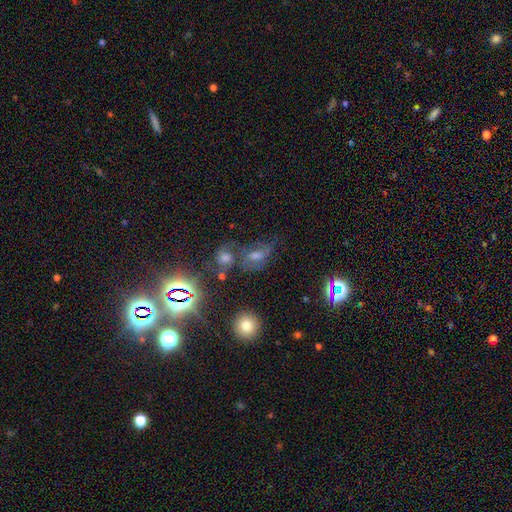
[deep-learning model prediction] This is marginally a star or artifact rather than a galaxy (40%).